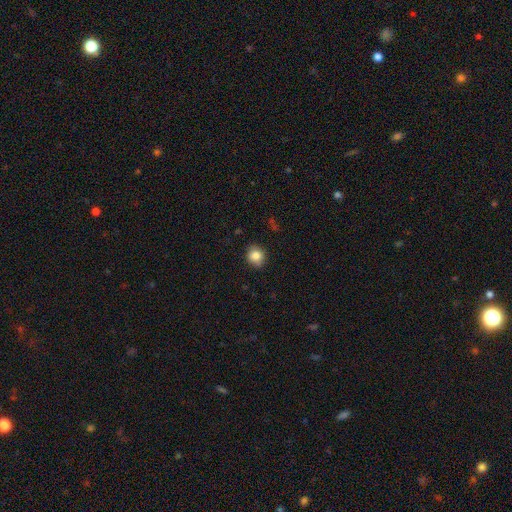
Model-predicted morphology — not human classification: type=smooth (83%); roundness=round (81%); merging=none (84%).